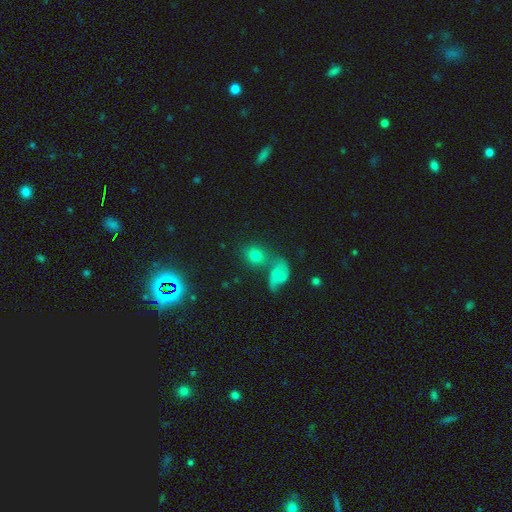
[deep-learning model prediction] Smooth or featured? smooth (62%)
How rounded? round (70%)
Merging? none (54%)